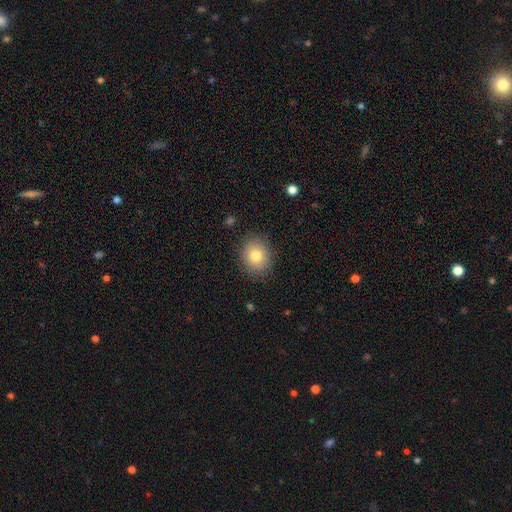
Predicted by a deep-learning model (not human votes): Q: Smooth or featured?
A: smooth (80%); runner-up: featured or disk (11%)
Q: How rounded?
A: round (57%); runner-up: in between (42%)
Q: Merging?
A: none (86%); runner-up: minor disturbance (10%)